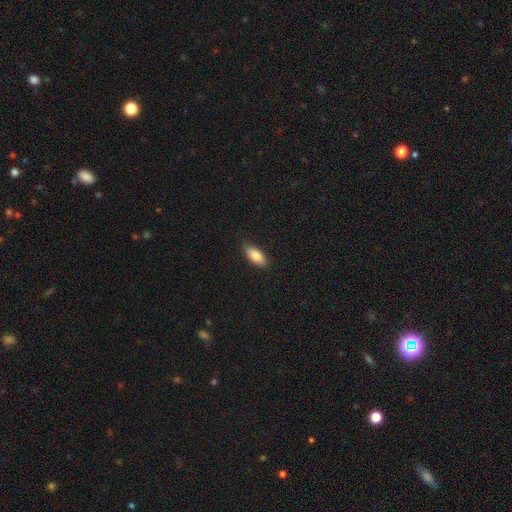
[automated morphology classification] type=smooth (81%); roundness=in between (83%); merging=none (86%).